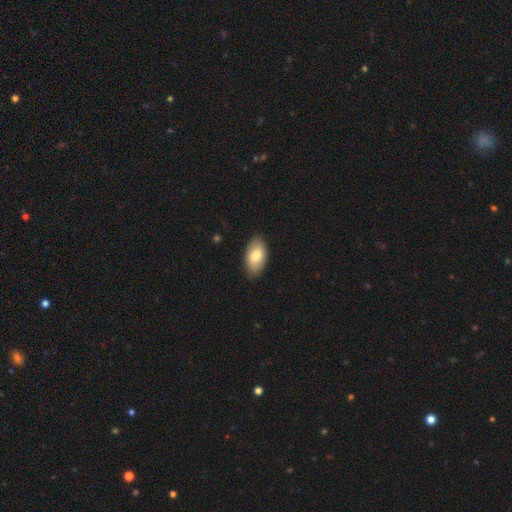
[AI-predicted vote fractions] smooth 76%, featured or disk 18%, star or artifact 6%. Down the decision tree: how rounded — in between (94%); merging — none (84%).